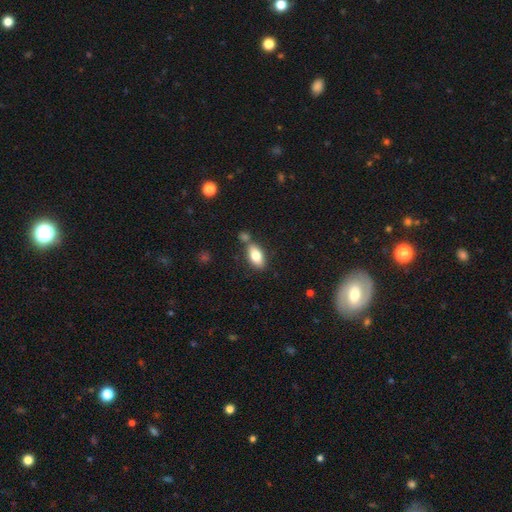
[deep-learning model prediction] Smooth or featured?
  - smooth: 78% *
  - featured or disk: 15%
  - star or artifact: 7%
How rounded?
  - in between: 89% *
  - cigar-shaped: 7%
  - round: 4%
Merging?
  - none: 67% *
  - merger: 16%
  - minor disturbance: 13%
  - major disturbance: 4%